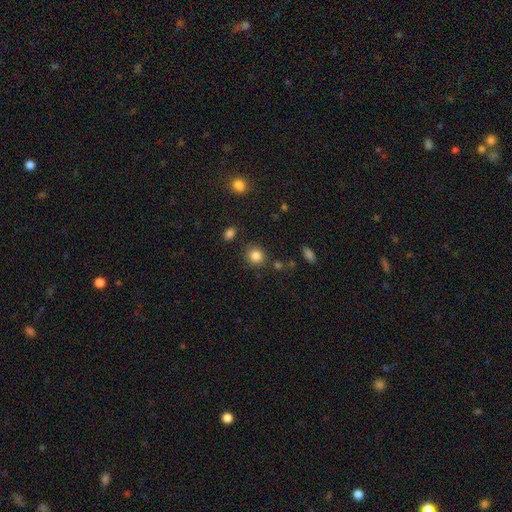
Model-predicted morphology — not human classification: Smooth or featured: smooth — 84% (star or artifact — 11%)
How rounded: round — 84% (in between — 15%)
Merging: none — 84% (minor disturbance — 9%)